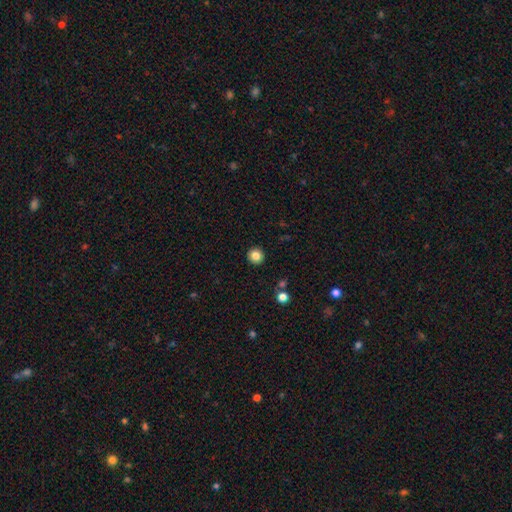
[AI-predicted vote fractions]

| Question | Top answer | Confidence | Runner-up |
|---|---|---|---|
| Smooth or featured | smooth | 84% | star or artifact (11%) |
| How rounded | round | 94% | in between (5%) |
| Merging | none | 92% | minor disturbance (5%) |